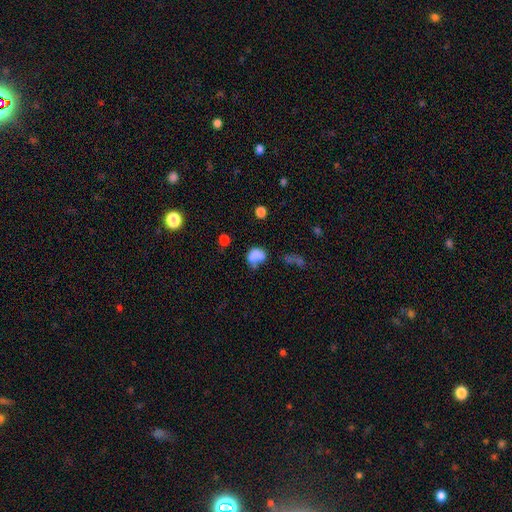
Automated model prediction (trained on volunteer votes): Smooth or featured? smooth (71%)
How rounded? in between (59%)
Merging? none (30%)